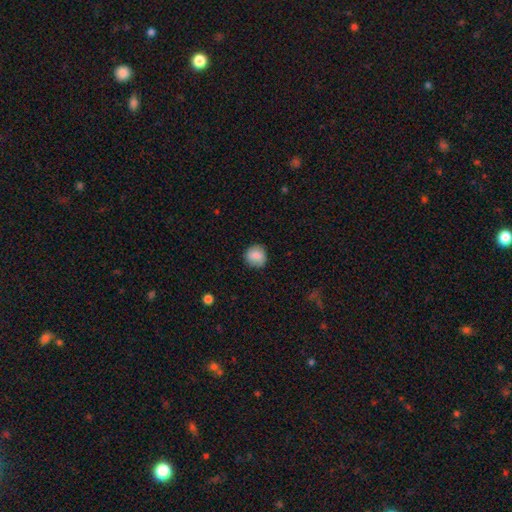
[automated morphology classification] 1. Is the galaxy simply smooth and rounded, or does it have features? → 86% smooth, 8% star or artifact, 6% featured or disk.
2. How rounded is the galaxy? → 91% round, 8% in between, 1% cigar-shaped.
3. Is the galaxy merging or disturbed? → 87% none, 10% minor disturbance, 2% major disturbance, 1% merger.